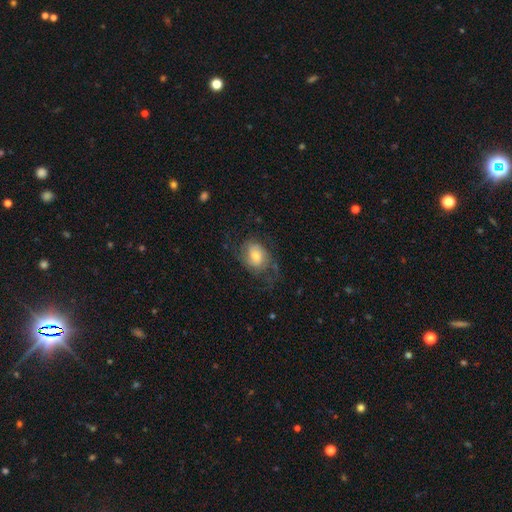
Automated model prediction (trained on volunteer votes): Smooth or featured? featured or disk (53%)
Edge-on disk? no (96%)
Bar? no (65%)
Spiral arms? yes (81%)
Bulge size? moderate (52%)
Merging? none (53%)